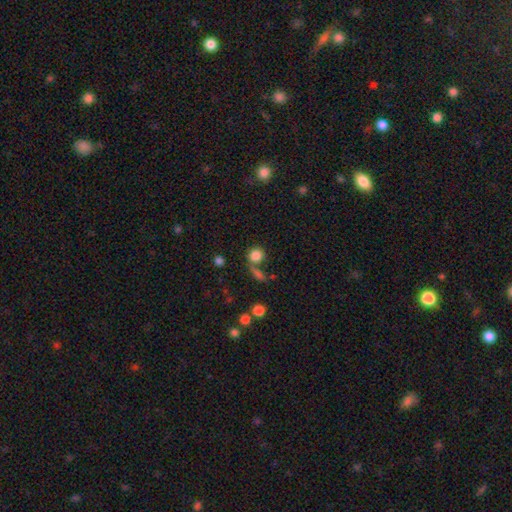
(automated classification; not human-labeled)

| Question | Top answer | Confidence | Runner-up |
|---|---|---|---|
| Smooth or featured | smooth | 82% | star or artifact (10%) |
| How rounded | round | 86% | in between (12%) |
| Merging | none | 56% | merger (25%) |